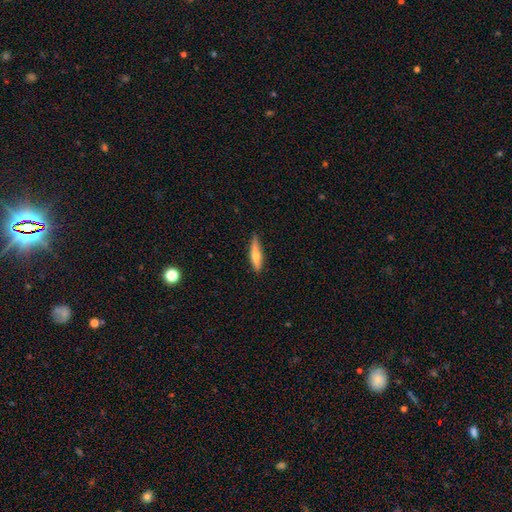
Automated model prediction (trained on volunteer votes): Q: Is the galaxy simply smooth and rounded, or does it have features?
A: smooth — 61%.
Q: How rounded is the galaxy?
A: cigar-shaped — 78%.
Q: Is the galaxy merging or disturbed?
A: none — 83%.